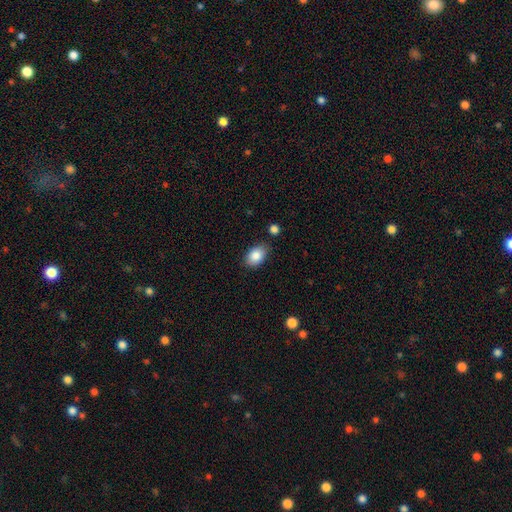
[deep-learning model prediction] A smooth galaxy with no disk features (87%) that is in between round and cigar-shaped (86%). Merging: none (79%).